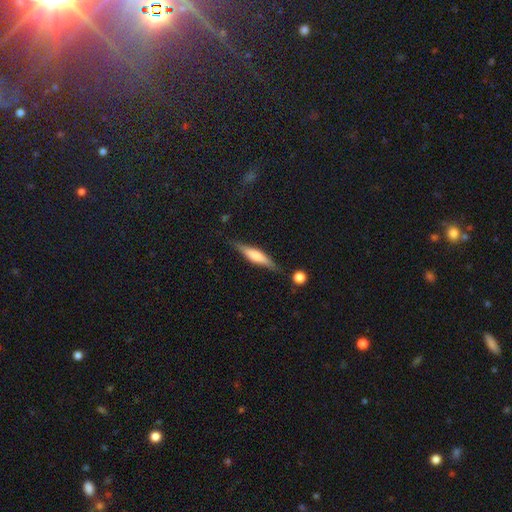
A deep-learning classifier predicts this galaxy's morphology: type=featured or disk (51%); edge-on=yes (94%); merging=none (80%).